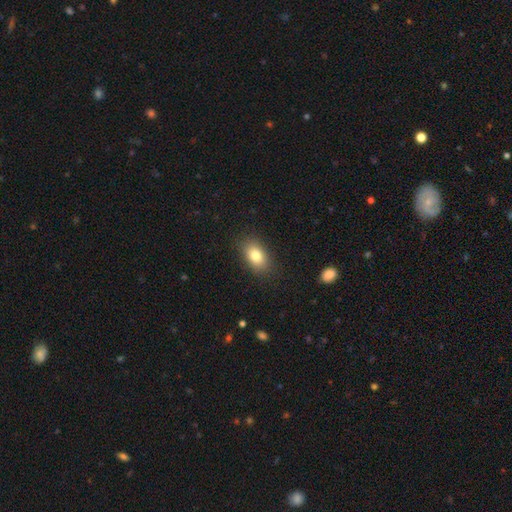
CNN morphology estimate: Smooth or featured?
  - smooth: 81% *
  - featured or disk: 10%
  - star or artifact: 9%
How rounded?
  - in between: 85% *
  - round: 13%
  - cigar-shaped: 2%
Merging?
  - none: 87% *
  - minor disturbance: 10%
  - major disturbance: 3%
  - merger: 1%